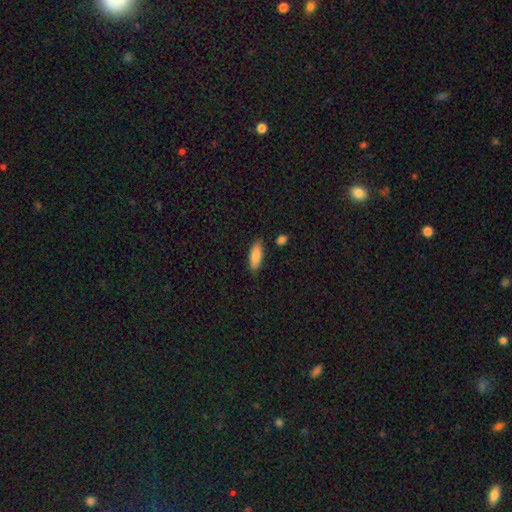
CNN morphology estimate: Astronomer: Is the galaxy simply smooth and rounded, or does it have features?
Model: smooth — 84%.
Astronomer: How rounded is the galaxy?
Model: in between — 71%.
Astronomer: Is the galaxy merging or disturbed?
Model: none — 80%.